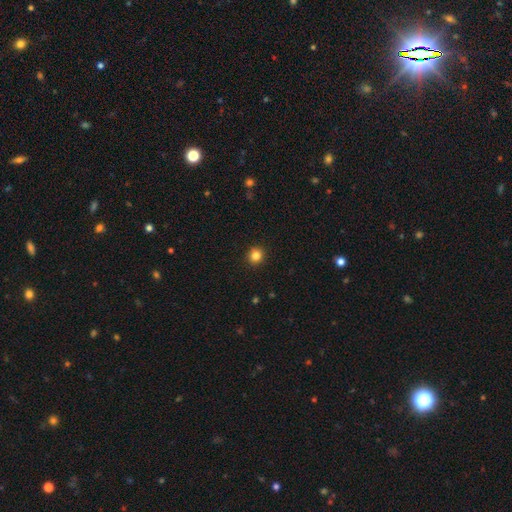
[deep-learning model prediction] Smooth or featured? smooth (83%)
How rounded? round (92%)
Merging? none (93%)